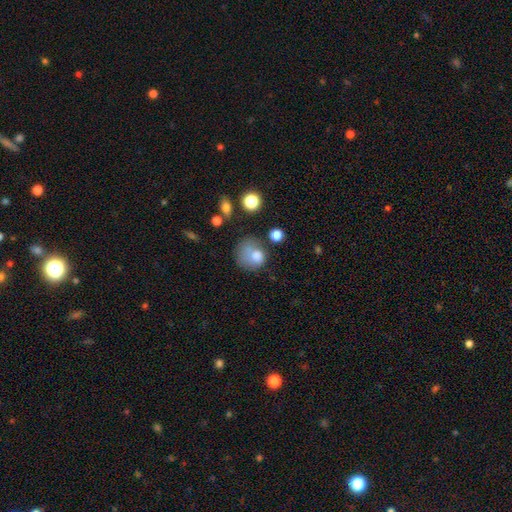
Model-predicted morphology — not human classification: A smooth galaxy with no disk features (73%) that is round (70%). Merging: none (34%).